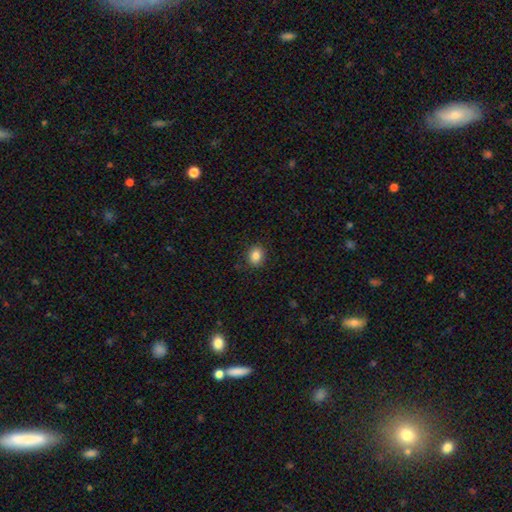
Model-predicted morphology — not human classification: Overall: smooth (85%). How rounded: round (58%; in between 41%). Merging: none (88%).